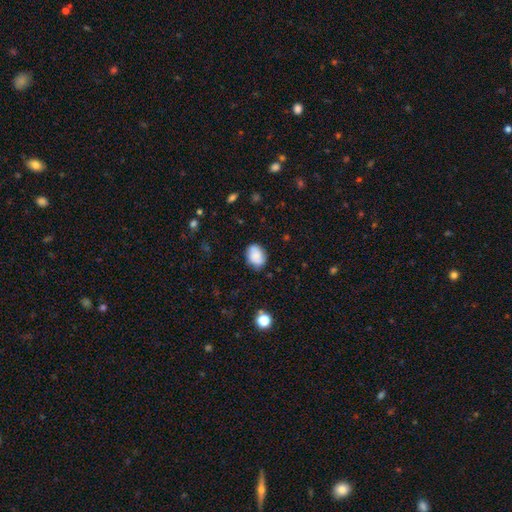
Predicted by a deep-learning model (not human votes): Smooth or featured: smooth — 78% (featured or disk — 14%)
How rounded: in between — 69% (round — 30%)
Merging: none — 76% (minor disturbance — 18%)